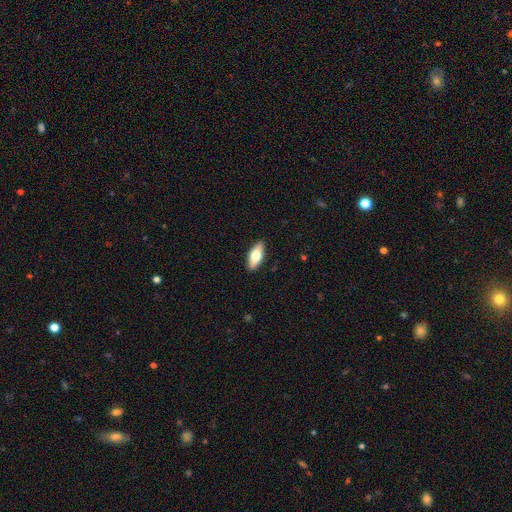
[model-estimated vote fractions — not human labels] Smooth or featured? Predicted: smooth (p=0.65). How rounded? Predicted: in between (p=0.75). Merging? Predicted: none (p=0.89).